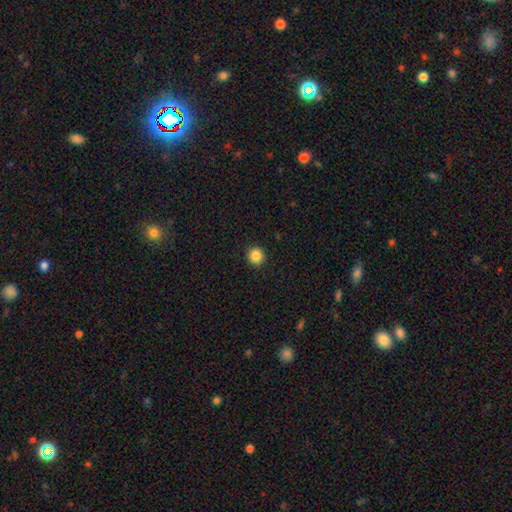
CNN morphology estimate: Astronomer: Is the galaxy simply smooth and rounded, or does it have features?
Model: smooth — 85%.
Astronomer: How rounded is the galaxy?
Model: round — 93%.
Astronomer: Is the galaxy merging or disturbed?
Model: none — 92%.